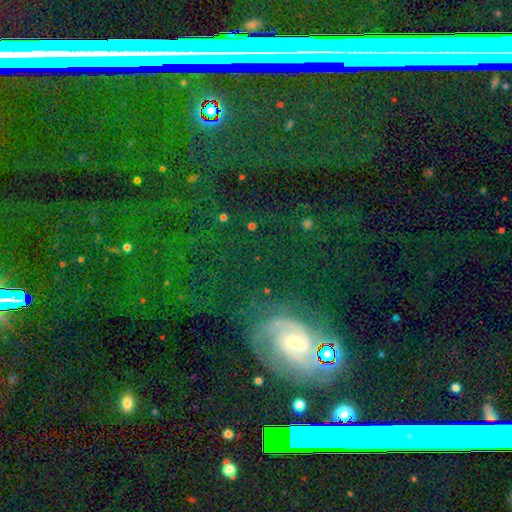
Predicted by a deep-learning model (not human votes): The model was most divided on "smooth or featured": star or artifact: 48%, featured or disk: 26%, smooth: 26%.